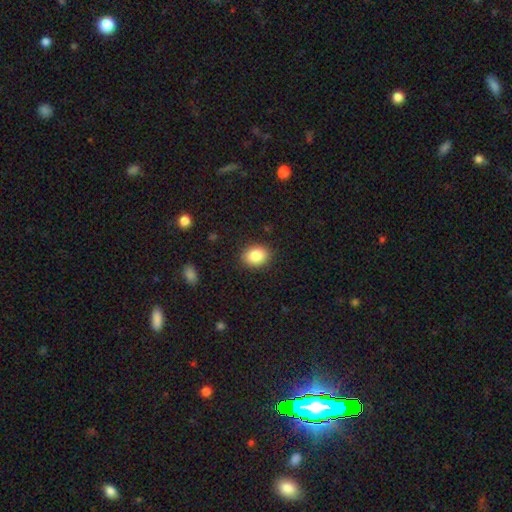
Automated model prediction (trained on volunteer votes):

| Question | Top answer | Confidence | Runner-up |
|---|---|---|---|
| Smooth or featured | smooth | 86% | star or artifact (8%) |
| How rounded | in between | 57% | round (42%) |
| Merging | none | 88% | minor disturbance (8%) |